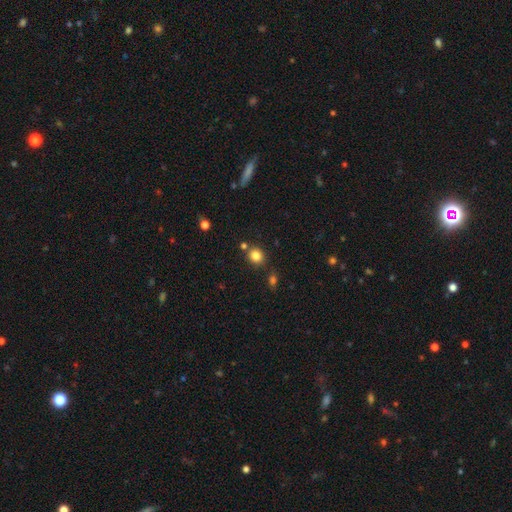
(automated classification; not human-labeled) smooth_or_featured: smooth (p=0.83) [alt: star or artifact p=0.12]
how_rounded: round (p=0.78) [alt: in between p=0.21]
merging: none (p=0.80) [alt: minor disturbance p=0.09]